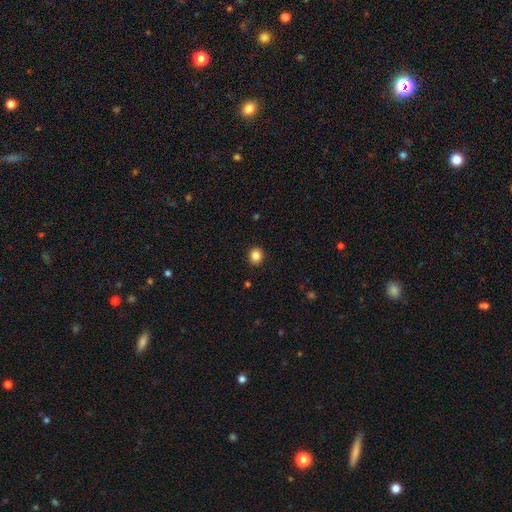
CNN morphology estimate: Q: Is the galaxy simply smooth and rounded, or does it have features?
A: smooth — 86%.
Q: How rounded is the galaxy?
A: round — 82%.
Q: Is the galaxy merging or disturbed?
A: none — 92%.